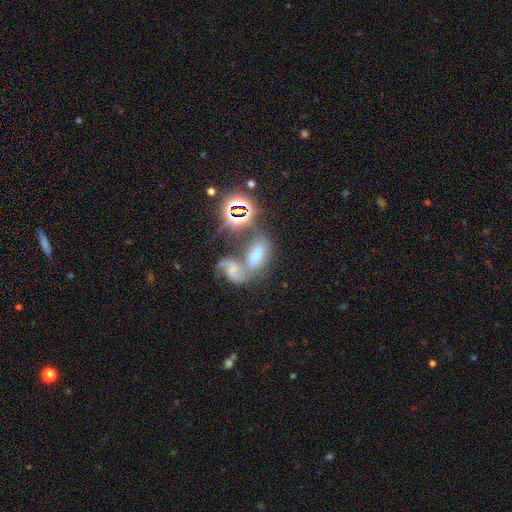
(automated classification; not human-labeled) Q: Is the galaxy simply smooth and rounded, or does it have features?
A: smooth — 48%.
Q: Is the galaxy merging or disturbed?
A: merger — 59%.